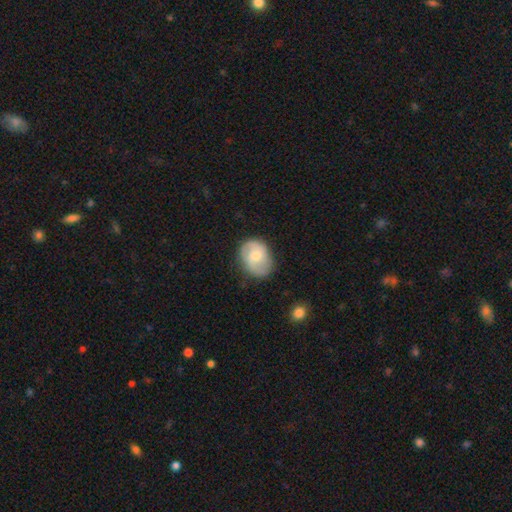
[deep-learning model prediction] Smooth or featured: featured or disk — 60% (smooth — 34%)
Edge-on disk: no — 97% (yes — 3%)
Bar: no — 58% (weak — 36%)
Spiral arms: yes — 89% (no — 11%)
Spiral winding: medium — 47% (tight — 32%)
Spiral arm count: 2 — 80% (can't tell — 11%)
Bulge size: moderate — 51% (small — 41%)
Merging: none — 75% (minor disturbance — 19%)